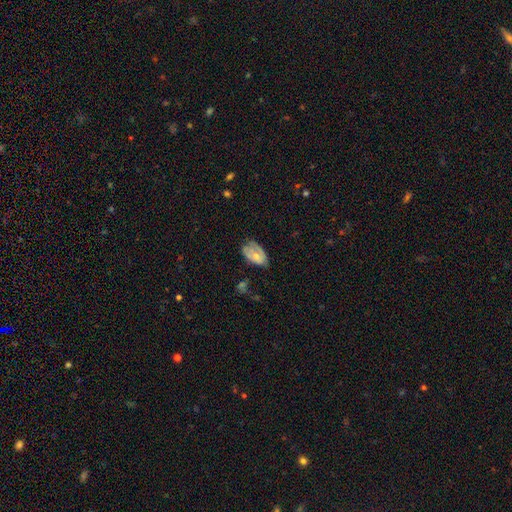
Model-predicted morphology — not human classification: Smooth or featured? smooth (50%)
Merging? none (43%)